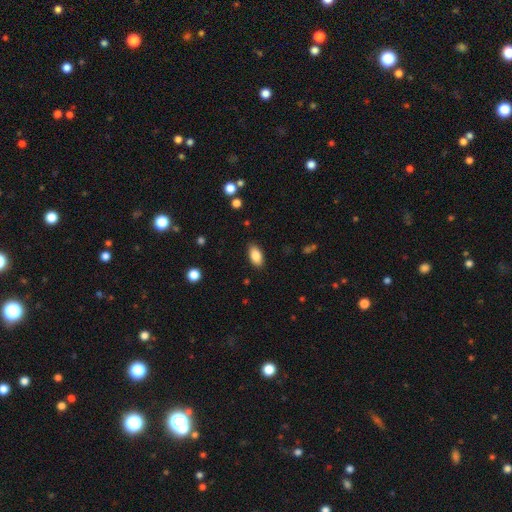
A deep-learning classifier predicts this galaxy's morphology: The model was most divided on "merging": none: 87%, minor disturbance: 9%, major disturbance: 2%, merger: 1%. More confident: how rounded — in between (92%); smooth or featured — smooth (87%).